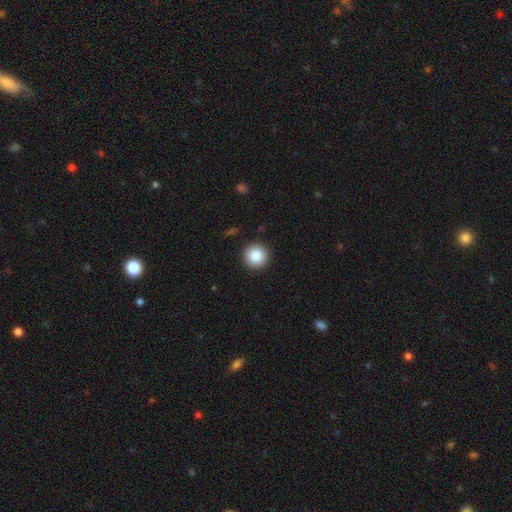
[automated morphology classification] smooth-or-featured: smooth: 86% | star or artifact: 9% | featured or disk: 6%
  how-rounded: round: 96% | in between: 3% | cigar-shaped: 1%
  merging: none: 92% | minor disturbance: 5% | major disturbance: 2% | merger: 1%